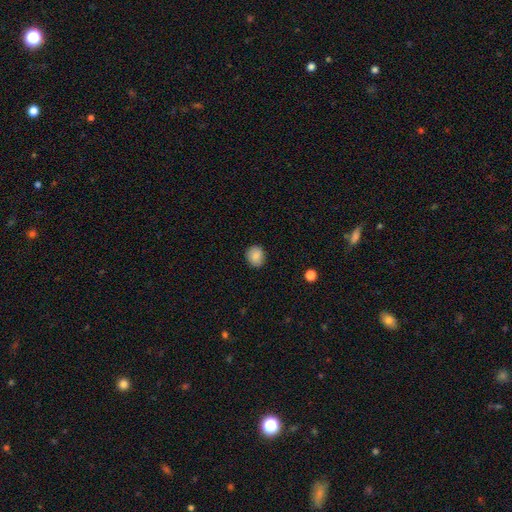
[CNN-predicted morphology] A smooth galaxy with no disk features (87%) that is round (73%).

Vote fractions:
- Smooth or featured? smooth: 87% / star or artifact: 8% / featured or disk: 5%
- How rounded? round: 73% / in between: 26% / cigar-shaped: 1%
- Merging? none: 88% / minor disturbance: 9% / major disturbance: 2% / merger: 1%